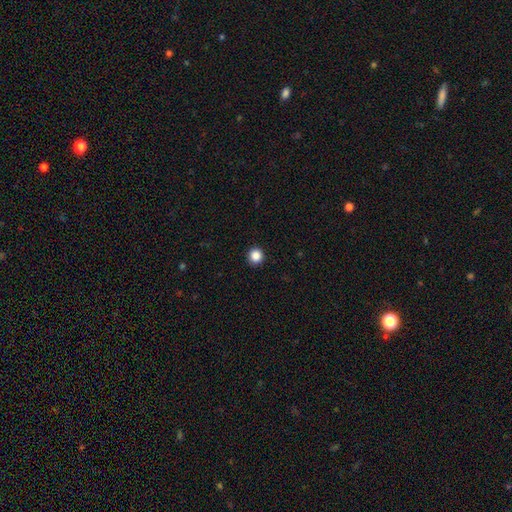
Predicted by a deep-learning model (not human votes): Smooth or featured? Predicted: smooth (p=0.87). How rounded? Predicted: round (p=0.95). Merging? Predicted: none (p=0.93).